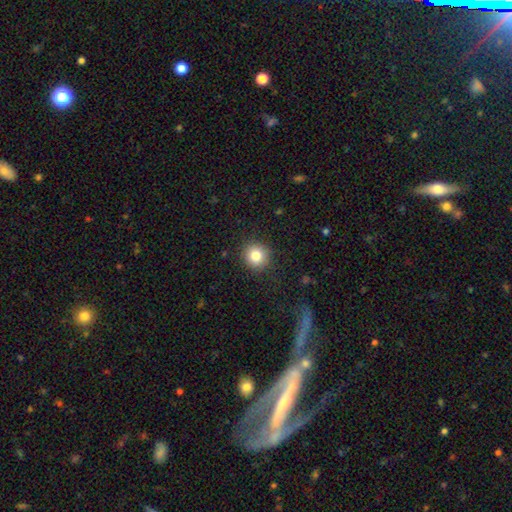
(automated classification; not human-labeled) Smooth or featured? smooth (82%)
How rounded? round (91%)
Merging? none (90%)